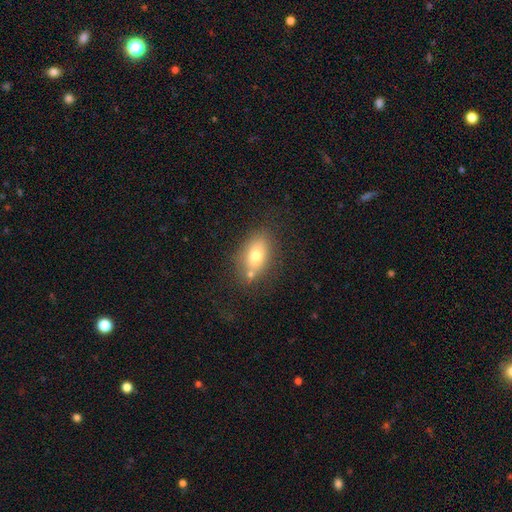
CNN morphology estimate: A smooth galaxy with no disk features (73%) that is in between round and cigar-shaped (83%).

Vote fractions:
- Smooth or featured? smooth: 73% / featured or disk: 17% / star or artifact: 10%
- How rounded? in between: 83% / round: 14% / cigar-shaped: 3%
- Merging? none: 68% / minor disturbance: 16% / merger: 12% / major disturbance: 5%